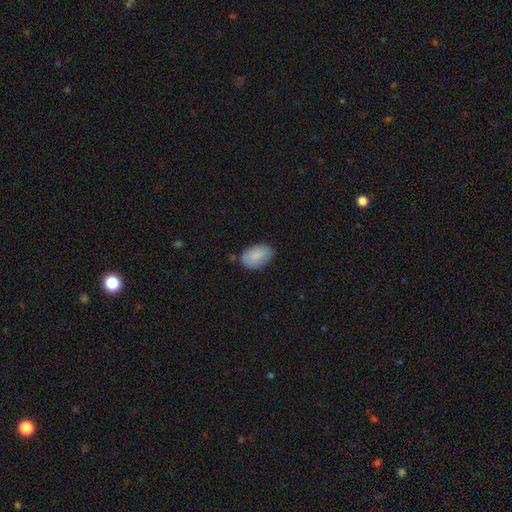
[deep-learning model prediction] Overall: smooth (85%). How rounded: in between (90%). Merging: none (72%).